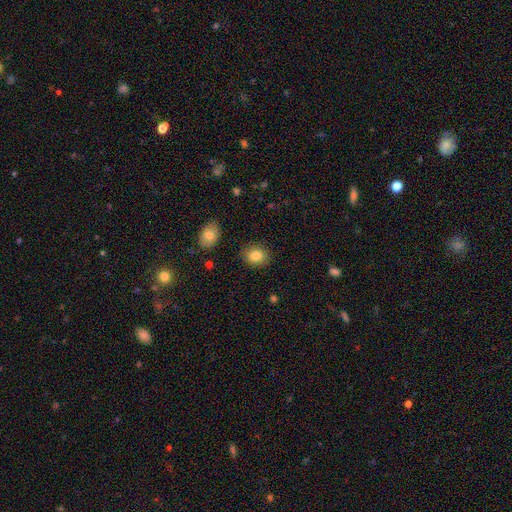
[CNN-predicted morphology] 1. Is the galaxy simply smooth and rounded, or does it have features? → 84% smooth, 9% star or artifact, 7% featured or disk.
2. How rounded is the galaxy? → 54% round, 46% in between, 1% cigar-shaped.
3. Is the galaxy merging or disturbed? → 88% none, 8% minor disturbance, 2% major disturbance, 2% merger.